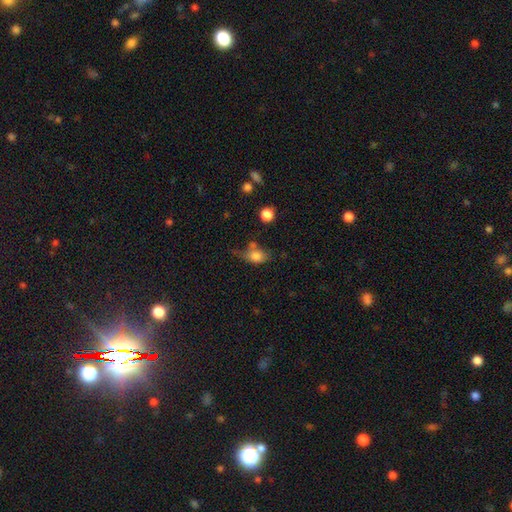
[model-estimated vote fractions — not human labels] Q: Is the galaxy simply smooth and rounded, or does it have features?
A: smooth — 78%.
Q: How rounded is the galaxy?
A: in between — 69%.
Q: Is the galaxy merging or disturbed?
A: none — 41%.